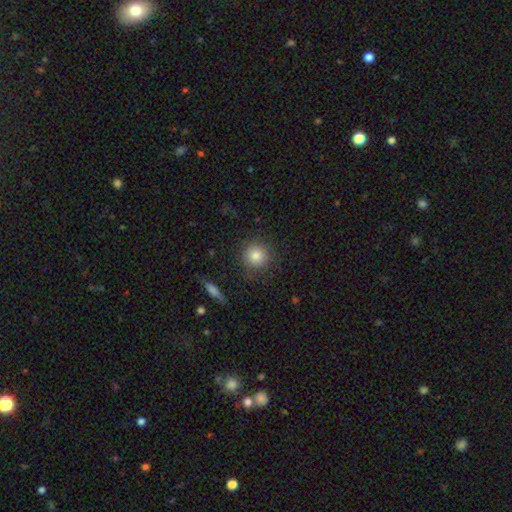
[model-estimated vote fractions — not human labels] A smooth galaxy with no disk features (82%) that is round (94%).

Vote fractions:
- Smooth or featured? smooth: 82% / star or artifact: 10% / featured or disk: 8%
- How rounded? round: 94% / in between: 5% / cigar-shaped: 1%
- Merging? none: 87% / minor disturbance: 9% / major disturbance: 3% / merger: 2%